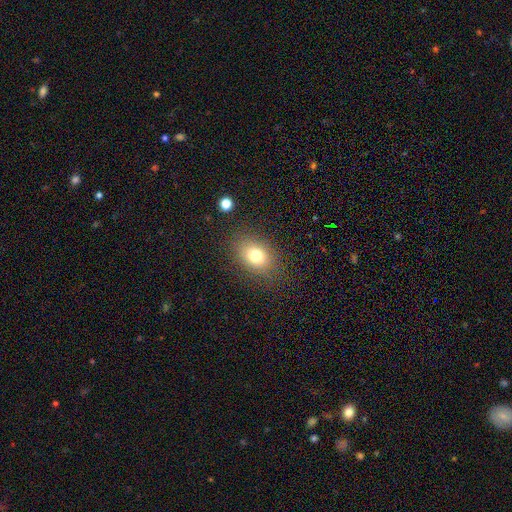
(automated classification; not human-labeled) smooth 75%, star or artifact 12%, featured or disk 12%. Down the decision tree: how rounded — in between (68%); merging — none (82%).